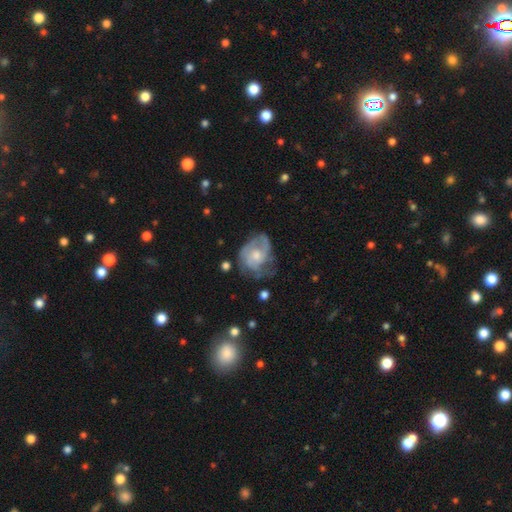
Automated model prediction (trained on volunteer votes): This is likely a featured or disk galaxy (67%). It is clearly not viewed edge-on (97%). Bar: likely no (75%). Spiral arm pattern: likely yes (78%). Spiral arm count: marginally can't tell (38%). Spiral winding: marginally medium (42%). Central bulge: possibly moderate (56%). Merging: possibly none (47%).